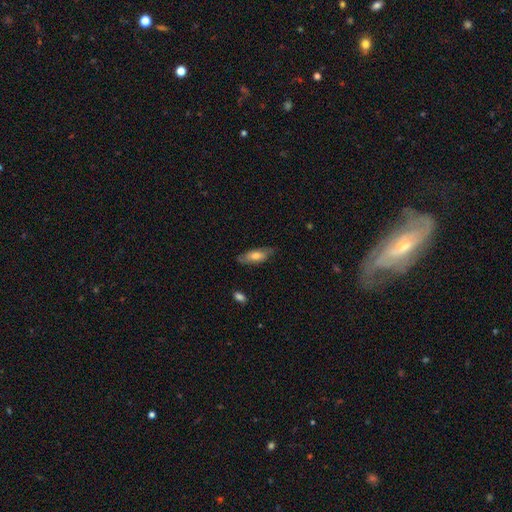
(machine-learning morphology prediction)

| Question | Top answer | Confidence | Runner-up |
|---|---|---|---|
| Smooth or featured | smooth | 61% | featured or disk (33%) |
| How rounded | in between | 69% | cigar-shaped (28%) |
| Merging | none | 74% | minor disturbance (20%) |